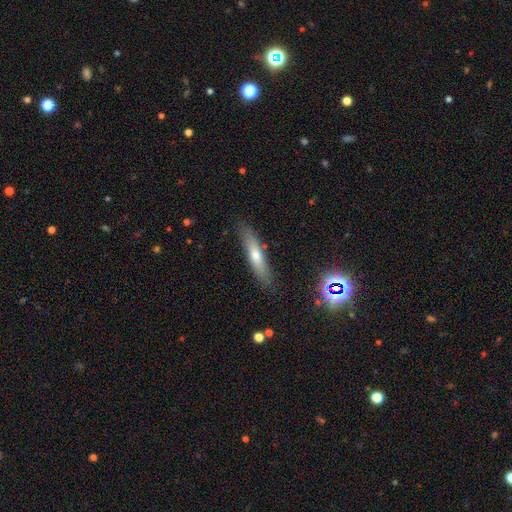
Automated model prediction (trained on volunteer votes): A smooth galaxy with no disk features (60%) that is cigar-shaped (82%). Merging: none (85%).